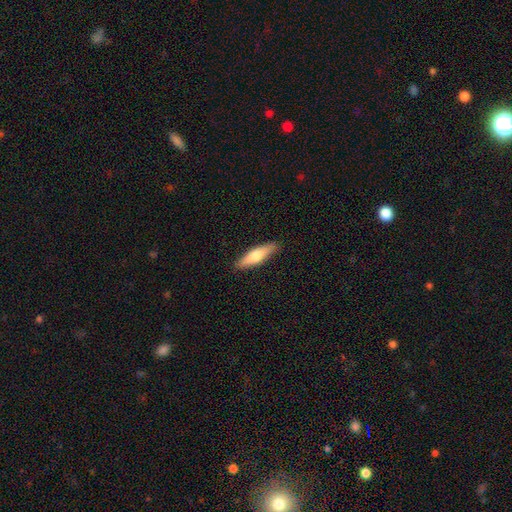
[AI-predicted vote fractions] Smooth or featured? smooth (63%)
How rounded? cigar-shaped (69%)
Merging? none (89%)